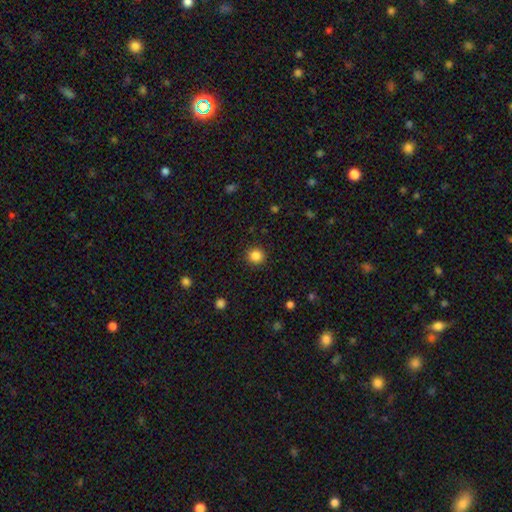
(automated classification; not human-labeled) Morphology: type=smooth (86%); roundness=round (91%); merging=none (91%).